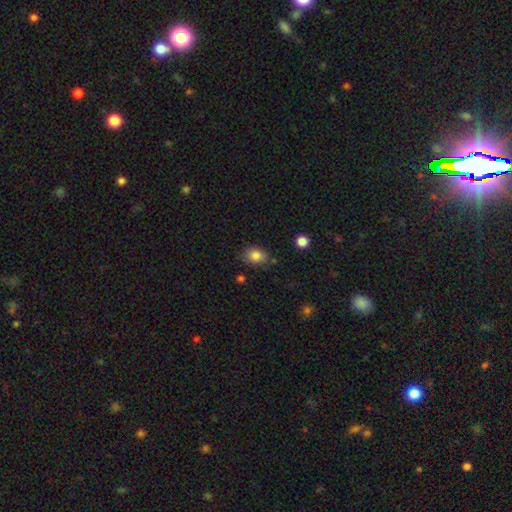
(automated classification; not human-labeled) Smooth or featured?
  - smooth: 84% *
  - star or artifact: 9%
  - featured or disk: 6%
How rounded?
  - in between: 63% *
  - round: 36%
  - cigar-shaped: 1%
Merging?
  - none: 73% *
  - minor disturbance: 18%
  - merger: 4%
  - major disturbance: 4%